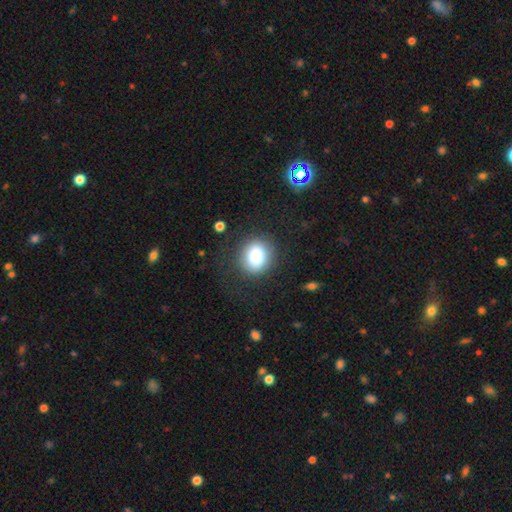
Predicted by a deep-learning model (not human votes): Overall: smooth (82%). How rounded: round (73%). Merging: none (81%).